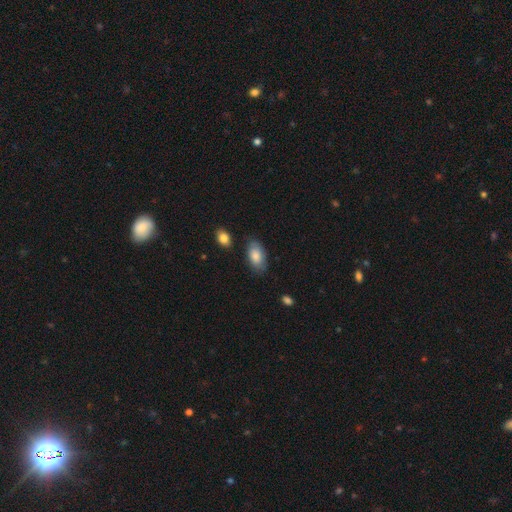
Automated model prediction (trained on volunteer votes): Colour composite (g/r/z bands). It shows a smooth galaxy with no disk features (83%) that is in between round and cigar-shaped (94%). Merging: none (77%).